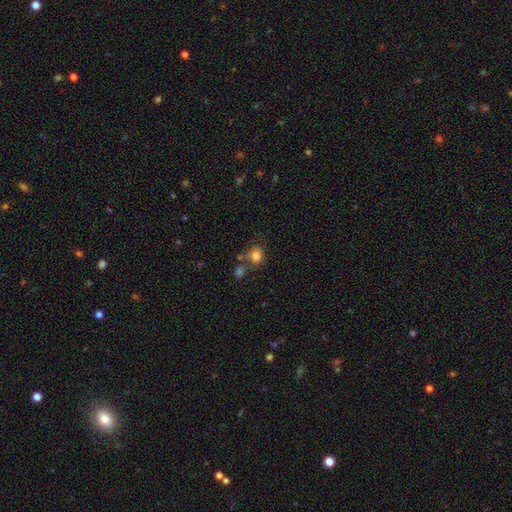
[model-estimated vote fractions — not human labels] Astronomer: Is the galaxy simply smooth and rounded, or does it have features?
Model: smooth — 80%.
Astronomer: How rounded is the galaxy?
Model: round — 61% (runner-up: in between, 38%).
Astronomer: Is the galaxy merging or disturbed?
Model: none — 53%.